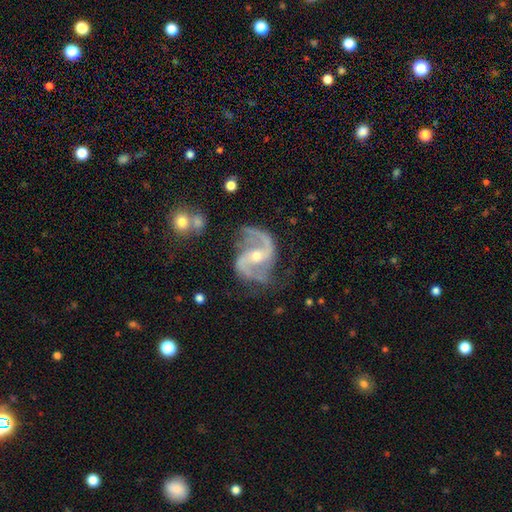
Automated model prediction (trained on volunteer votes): Overall: featured or disk (92%). Edge-on disk: no (98%). Bar: weak (39%; strong 32%). Spiral arms: yes (98%). Spiral arm count: 2 (92%). Spiral winding: medium (52%; loose 37%). Bulge size: moderate (51%; small 45%). Merging: none (70%).